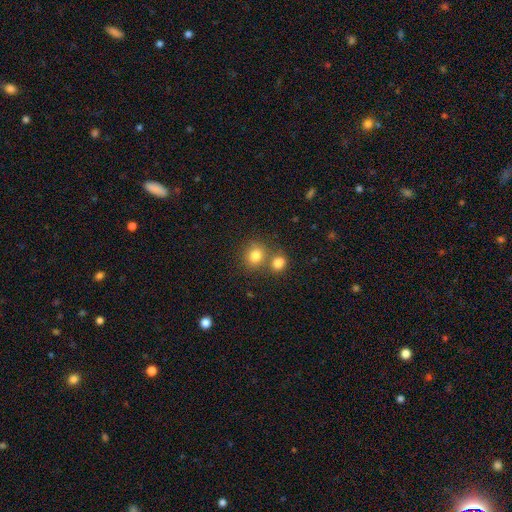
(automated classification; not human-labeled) Morphology: type=smooth (80%); roundness=round (74%); merging=none (55%).